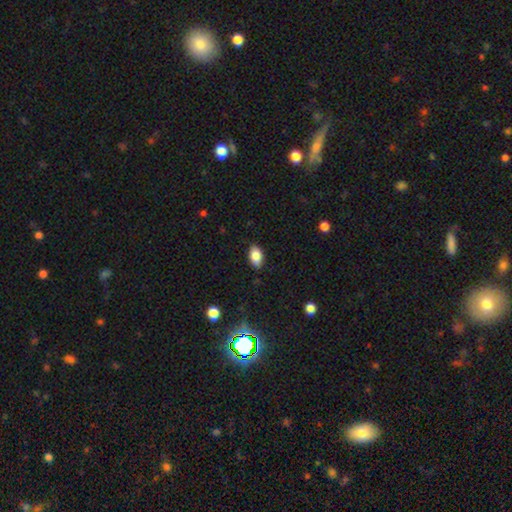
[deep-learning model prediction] Smooth or featured?
  - smooth: 86% *
  - star or artifact: 8%
  - featured or disk: 6%
How rounded?
  - in between: 92% *
  - round: 5%
  - cigar-shaped: 2%
Merging?
  - none: 86% *
  - minor disturbance: 11%
  - major disturbance: 2%
  - merger: 1%